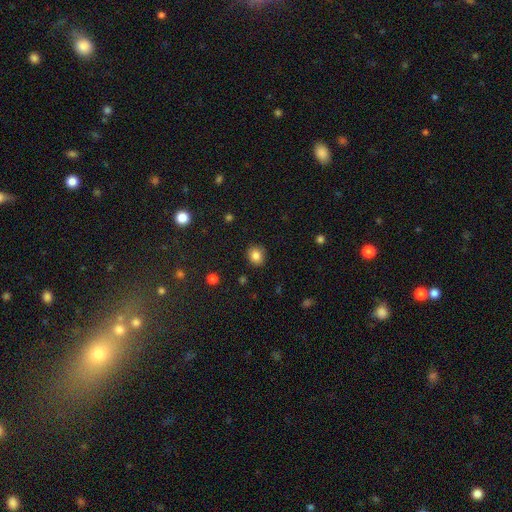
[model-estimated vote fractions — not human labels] Smooth or featured: smooth — 84% (star or artifact — 11%)
How rounded: round — 71% (in between — 28%)
Merging: none — 88% (minor disturbance — 9%)